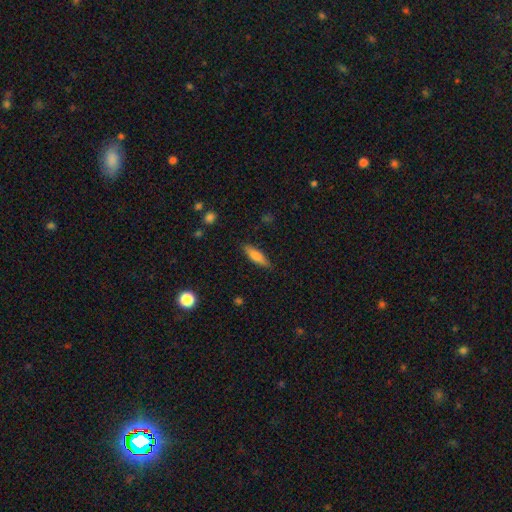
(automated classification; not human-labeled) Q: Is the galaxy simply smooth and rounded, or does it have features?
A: smooth — 72%.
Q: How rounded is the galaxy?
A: cigar-shaped — 59%.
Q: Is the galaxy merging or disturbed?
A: none — 86%.